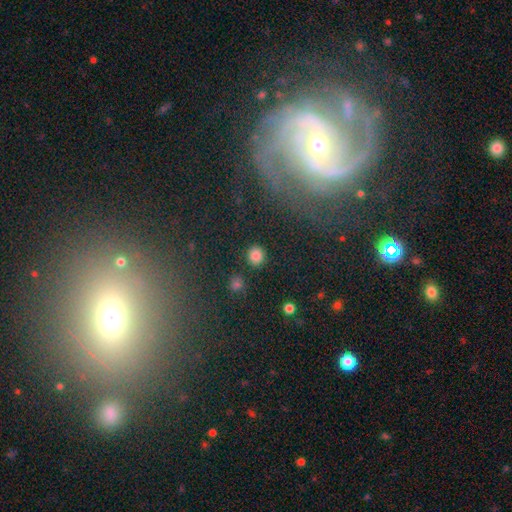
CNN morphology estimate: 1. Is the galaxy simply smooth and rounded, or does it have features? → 84% smooth, 12% star or artifact, 4% featured or disk.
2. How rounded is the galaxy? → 90% round, 9% in between, 1% cigar-shaped.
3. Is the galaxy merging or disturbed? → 90% none, 6% minor disturbance, 2% major disturbance, 2% merger.